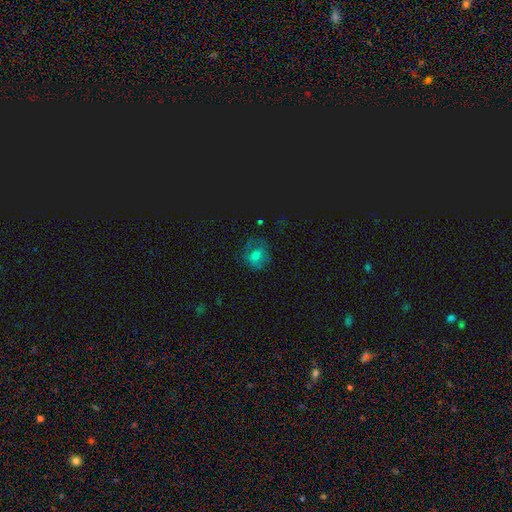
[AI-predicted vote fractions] Smooth or featured?
  - smooth: 54% *
  - featured or disk: 30%
  - star or artifact: 16%
How rounded?
  - round: 73% *
  - in between: 26%
  - cigar-shaped: 1%
Merging?
  - none: 63% *
  - minor disturbance: 22%
  - major disturbance: 14%
  - merger: 2%